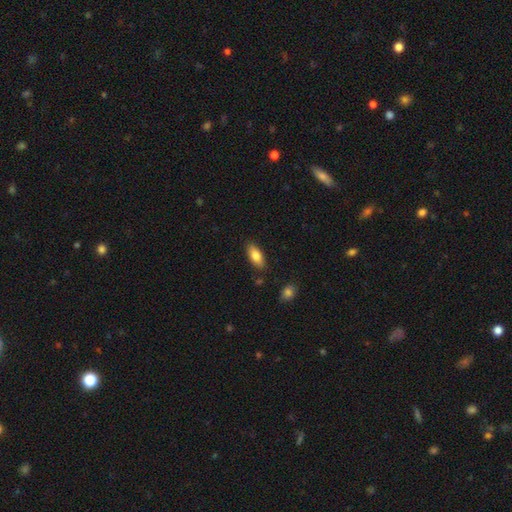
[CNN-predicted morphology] smooth-or-featured: smooth: 82% | featured or disk: 11% | star or artifact: 7%
  how-rounded: in between: 86% | cigar-shaped: 12% | round: 2%
  merging: none: 85% | minor disturbance: 10% | major disturbance: 2% | merger: 2%